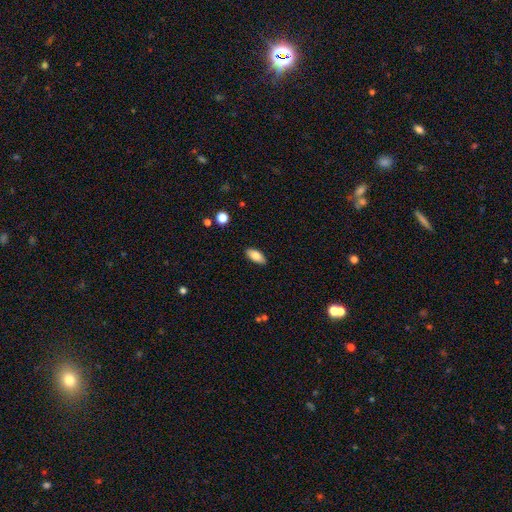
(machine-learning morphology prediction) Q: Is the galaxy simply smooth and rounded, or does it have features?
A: smooth — 82%.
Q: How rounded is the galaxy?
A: in between — 88%.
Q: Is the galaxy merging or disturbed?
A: none — 88%.